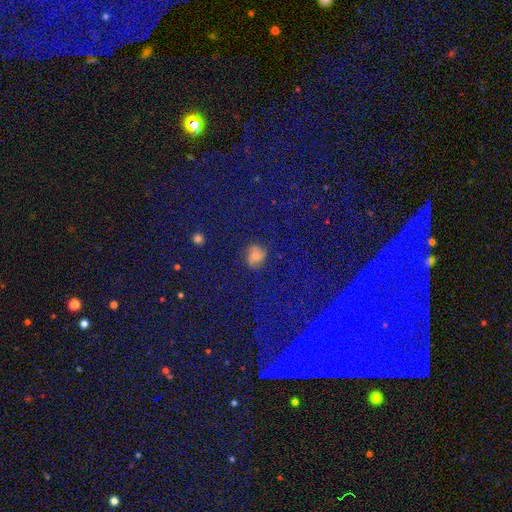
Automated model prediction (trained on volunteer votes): Smooth or featured? smooth (50%)
How rounded? round (64%)
Merging? none (68%)